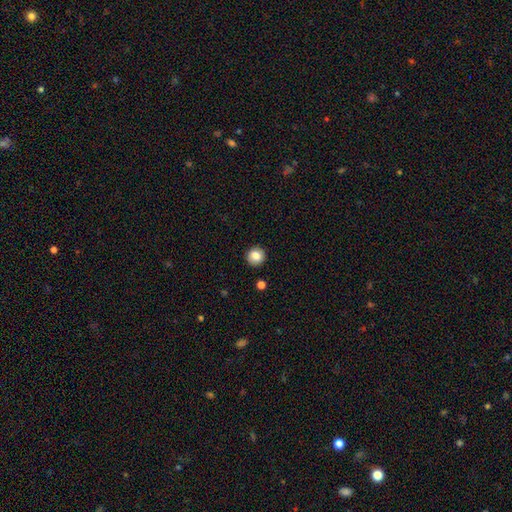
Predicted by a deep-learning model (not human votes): Smooth or featured? smooth (84%)
How rounded? round (93%)
Merging? none (91%)